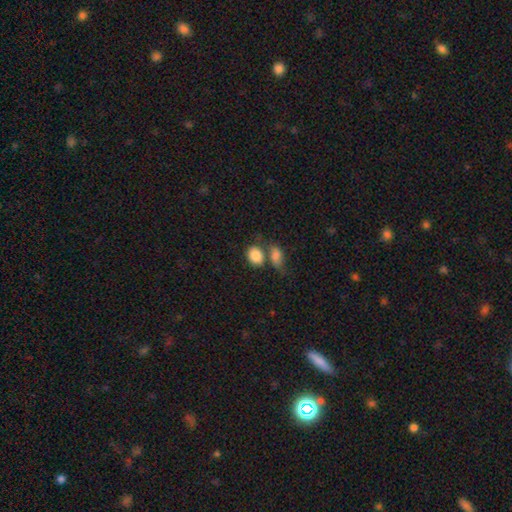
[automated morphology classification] type=smooth (85%); roundness=in between (69%); merging=merger (41%).